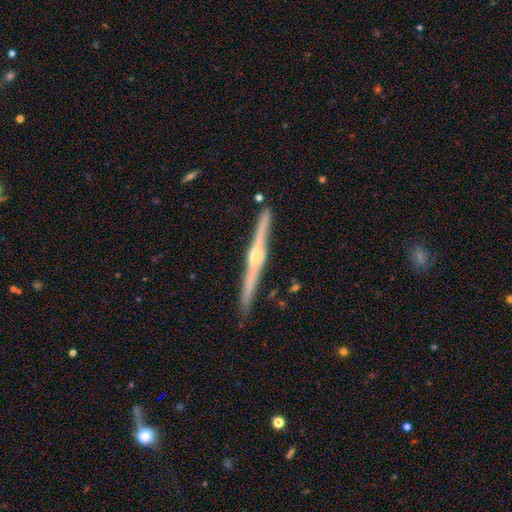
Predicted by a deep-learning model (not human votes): Smooth or featured: featured or disk — 83% (smooth — 12%)
Edge-on disk: yes — 98% (no — 2%)
Edge-on bulge: rounded — 86% (none — 7%)
Merging: none — 90% (minor disturbance — 7%)